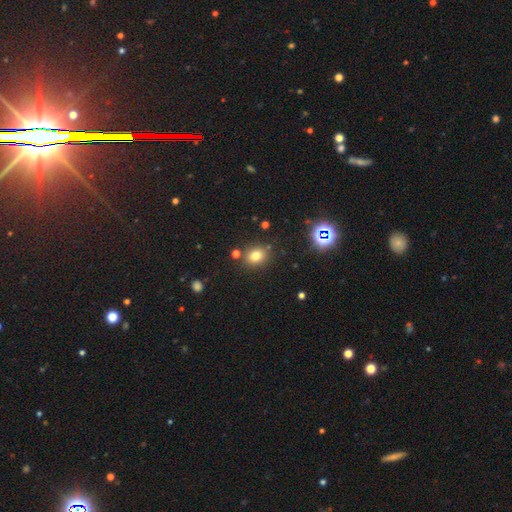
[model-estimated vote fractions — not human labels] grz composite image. It shows a smooth galaxy with no disk features (75%) that is round (57%). Merging: none (80%).